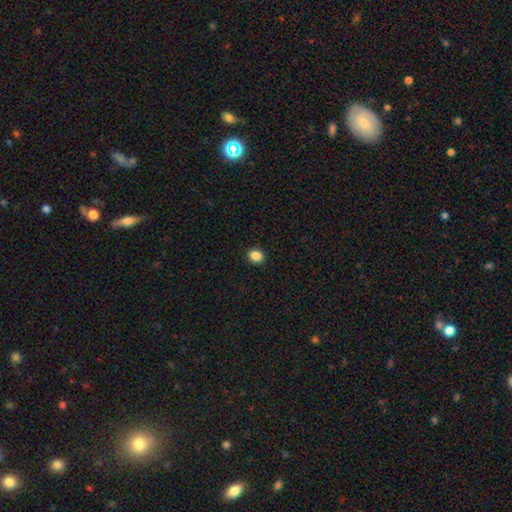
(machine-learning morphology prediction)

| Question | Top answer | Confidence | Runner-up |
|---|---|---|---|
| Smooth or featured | smooth | 86% | star or artifact (10%) |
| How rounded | round | 68% | in between (31%) |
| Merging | none | 92% | minor disturbance (6%) |